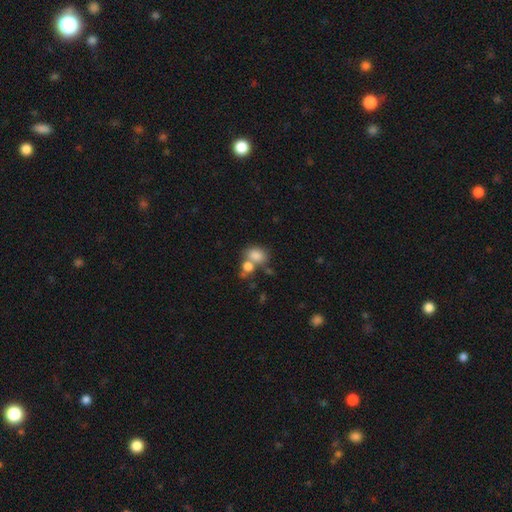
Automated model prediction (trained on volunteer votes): A smooth galaxy with no disk features (80%) that is in between round and cigar-shaped (65%). Merging: merger (45%).